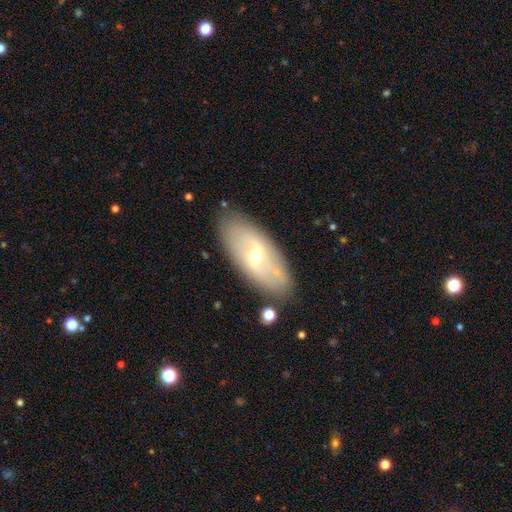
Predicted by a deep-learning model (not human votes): smooth_or_featured: featured or disk (p=0.61) [alt: smooth p=0.31]
disk_edge_on: no (p=0.85) [alt: yes p=0.15]
bar: weak (p=0.47) [alt: no p=0.32]
has_spiral_arms: yes (p=0.57) [alt: no p=0.43]
bulge_size: moderate (p=0.51) [alt: small p=0.45]
merging: none (p=0.84) [alt: minor disturbance p=0.10]